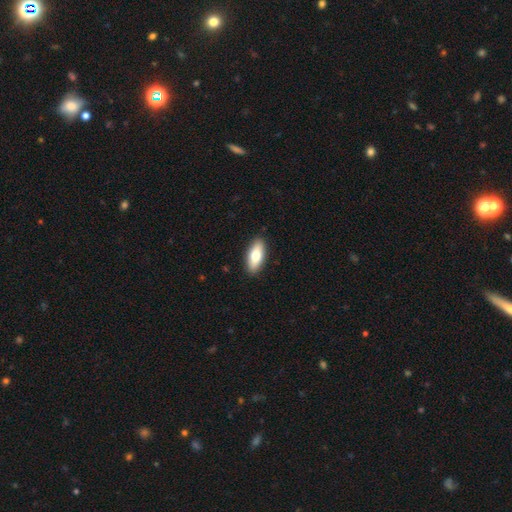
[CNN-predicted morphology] Smooth or featured?
  - smooth: 74% *
  - featured or disk: 20%
  - star or artifact: 6%
How rounded?
  - in between: 81% *
  - cigar-shaped: 17%
  - round: 2%
Merging?
  - none: 90% *
  - minor disturbance: 8%
  - major disturbance: 2%
  - merger: 1%